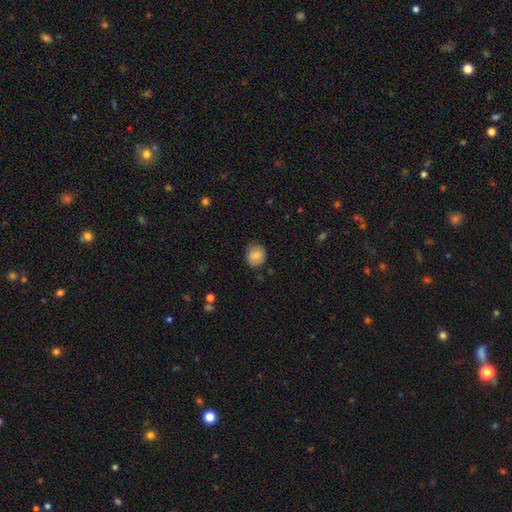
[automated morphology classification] A smooth galaxy with no disk features (82%) that is round (71%).

Vote fractions:
- Smooth or featured? smooth: 82% / featured or disk: 10% / star or artifact: 8%
- How rounded? round: 71% / in between: 28% / cigar-shaped: 1%
- Merging? none: 79% / minor disturbance: 17% / major disturbance: 3% / merger: 1%